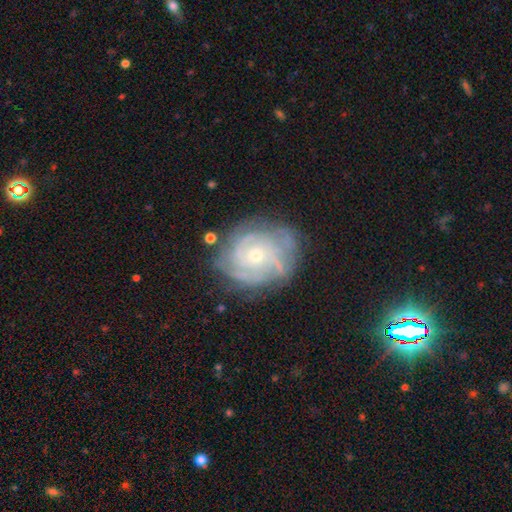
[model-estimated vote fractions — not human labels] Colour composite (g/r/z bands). It shows a featured or disk galaxy (82%) with no bar (78%), tight (67%) spiral arms (91%) and a small central bulge (57%). Merging: none (70%).